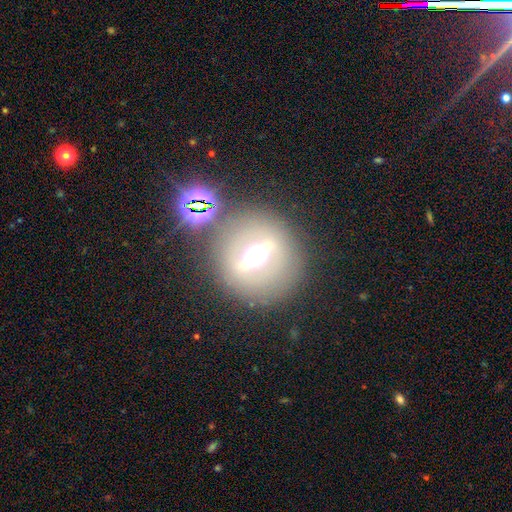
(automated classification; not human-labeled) Smooth or featured? featured or disk (58%)
Edge-on disk? no (58%)
Merging? none (71%)